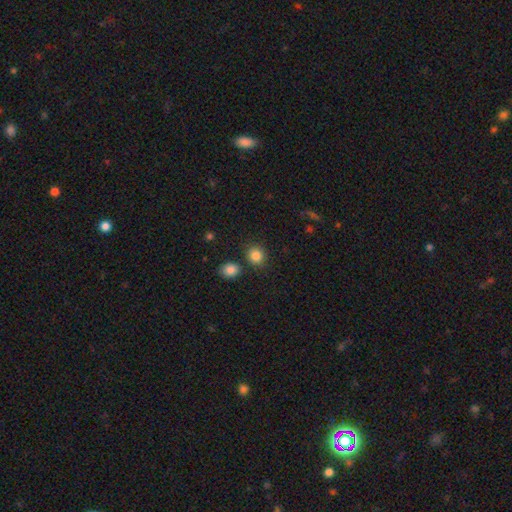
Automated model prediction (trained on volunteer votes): Morphology: type=smooth (85%); roundness=round (81%); merging=none (80%).